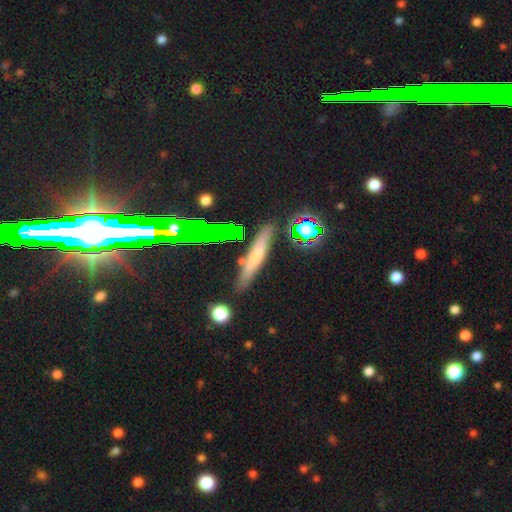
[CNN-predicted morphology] A smooth galaxy with no disk features (49%).

Vote fractions:
- Smooth or featured? smooth: 49% / featured or disk: 38% / star or artifact: 13%
- Merging? none: 85% / minor disturbance: 10% / merger: 3% / major disturbance: 3%